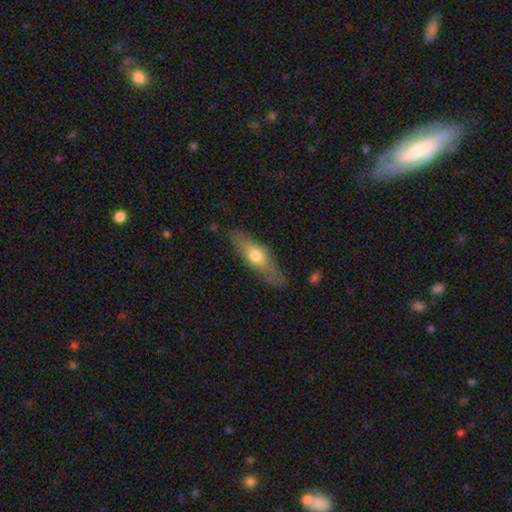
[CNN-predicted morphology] Smooth or featured: smooth — 55% (featured or disk — 39%)
How rounded: cigar-shaped — 56% (in between — 41%)
Merging: none — 79% (minor disturbance — 15%)